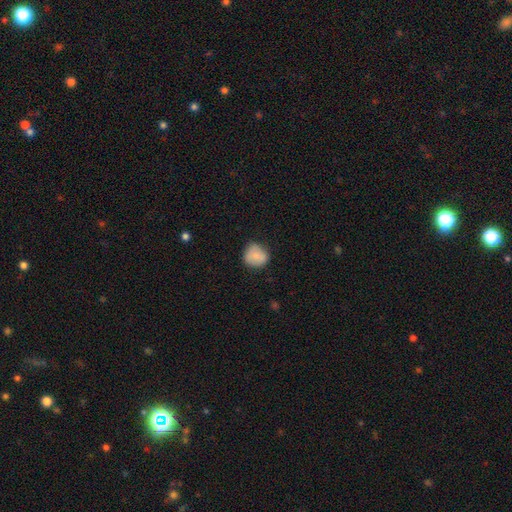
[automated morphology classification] smooth_or_featured: smooth (p=0.82) [alt: featured or disk p=0.10]
how_rounded: round (p=0.82) [alt: in between p=0.17]
merging: none (p=0.71) [alt: minor disturbance p=0.23]